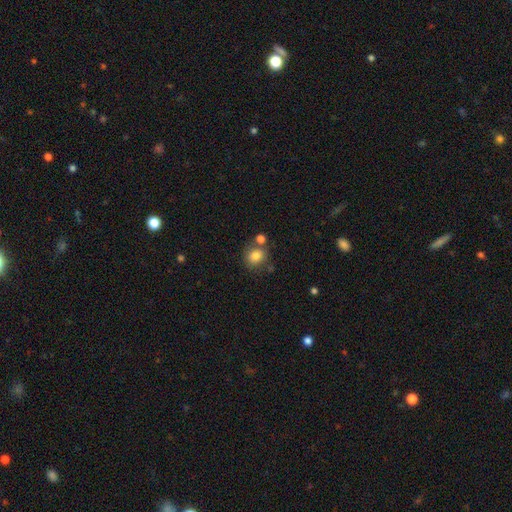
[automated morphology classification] Smooth or featured: smooth — 80% (star or artifact — 11%)
How rounded: round — 72% (in between — 27%)
Merging: none — 66% (merger — 17%)